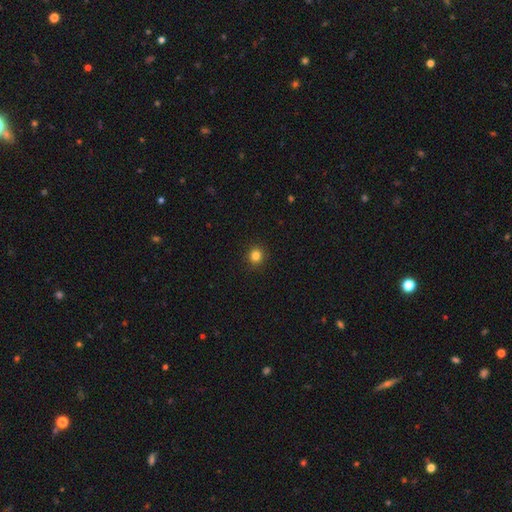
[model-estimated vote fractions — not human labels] Smooth or featured? smooth (83%)
How rounded? round (90%)
Merging? none (92%)